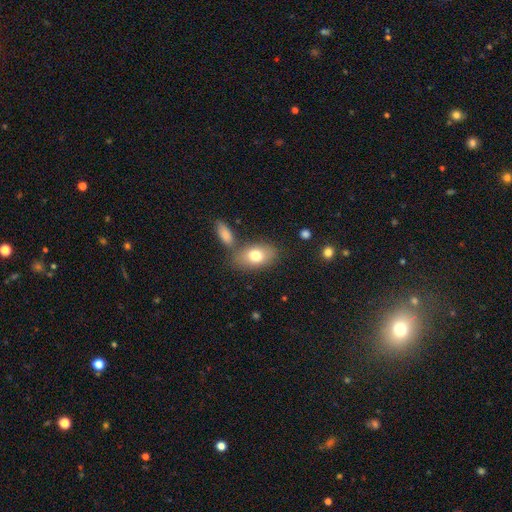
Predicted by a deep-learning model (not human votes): Smooth or featured? Predicted: smooth (p=0.77). How rounded? Predicted: in between (p=0.87). Merging? Predicted: none (p=0.63).